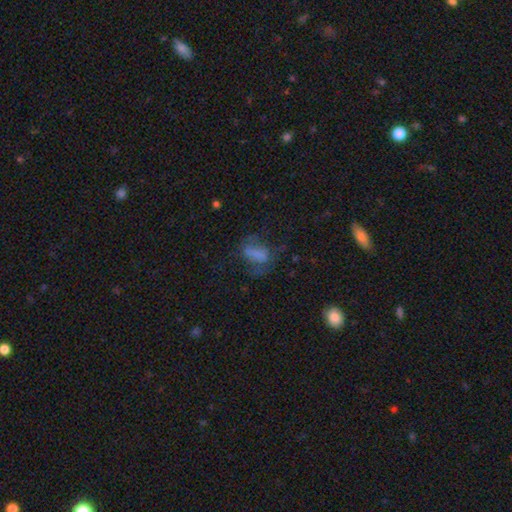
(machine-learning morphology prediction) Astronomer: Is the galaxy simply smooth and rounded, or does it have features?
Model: smooth — 47% (runner-up: featured or disk, 30%).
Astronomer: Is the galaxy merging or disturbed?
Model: none — 49% (runner-up: major disturbance, 26%).